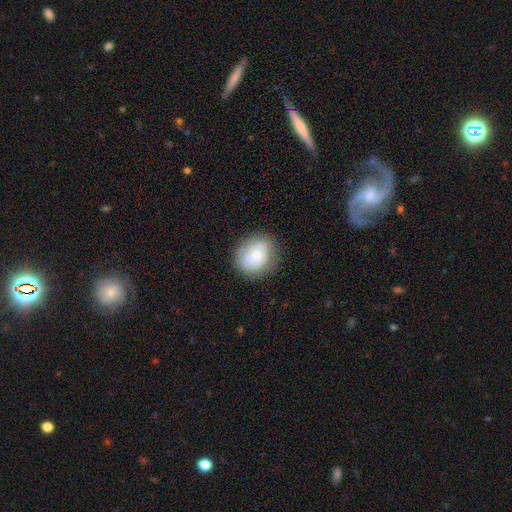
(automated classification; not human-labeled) This is likely a smooth galaxy (70%). How rounded: likely round (69%). Merging: likely none (78%).